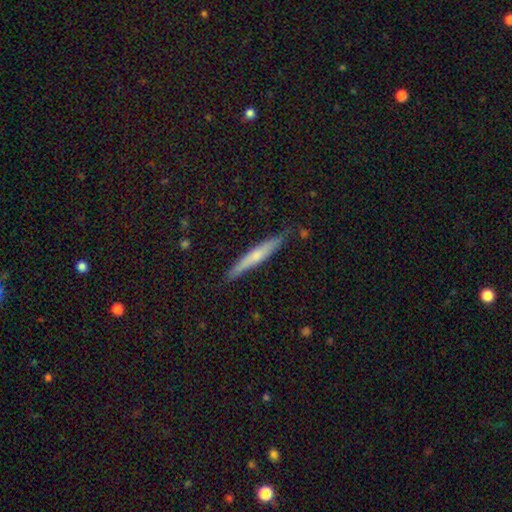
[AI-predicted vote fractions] Overall: smooth (51%; featured or disk 43%). How rounded: cigar-shaped (95%). Merging: none (85%).